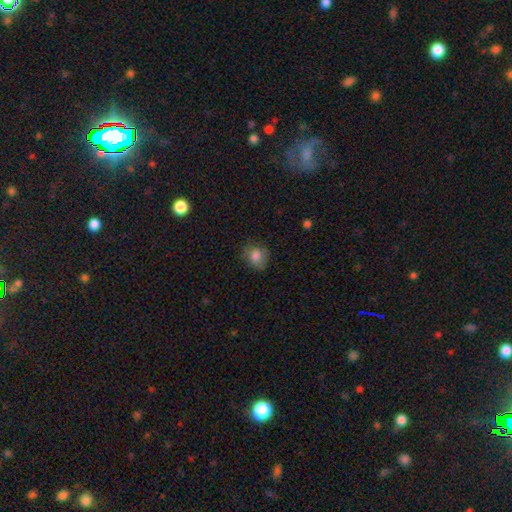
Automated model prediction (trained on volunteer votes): Overall: smooth (81%). How rounded: round (66%; in between 33%). Merging: none (72%).